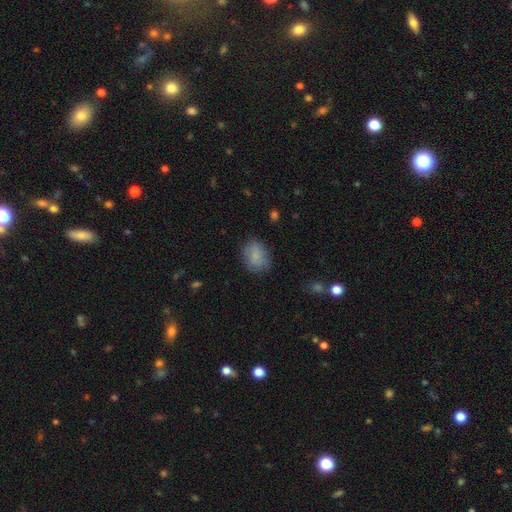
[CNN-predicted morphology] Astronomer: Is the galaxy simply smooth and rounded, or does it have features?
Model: smooth — 82%.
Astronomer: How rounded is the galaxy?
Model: in between — 57% (runner-up: round, 42%).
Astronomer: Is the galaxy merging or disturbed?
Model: none — 76%.